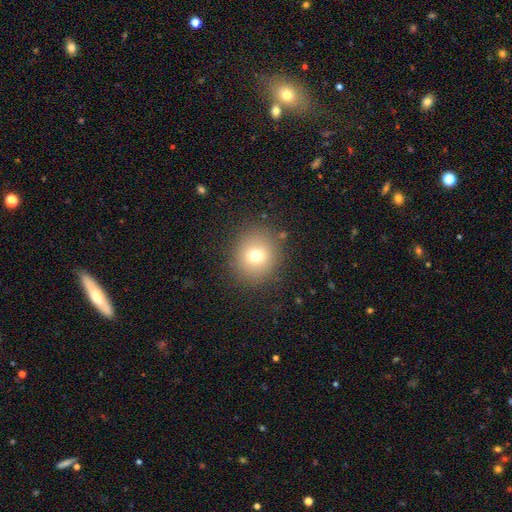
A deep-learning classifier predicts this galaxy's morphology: The model was most divided on "smooth or featured": smooth: 72%, star or artifact: 15%, featured or disk: 13%. More confident: how rounded — round (87%); merging — none (86%).